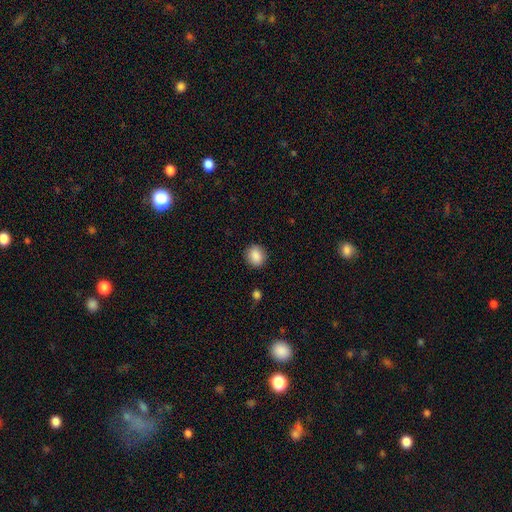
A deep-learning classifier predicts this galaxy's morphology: Smooth or featured: smooth — 88% (star or artifact — 8%)
How rounded: round — 70% (in between — 29%)
Merging: none — 89% (minor disturbance — 8%)